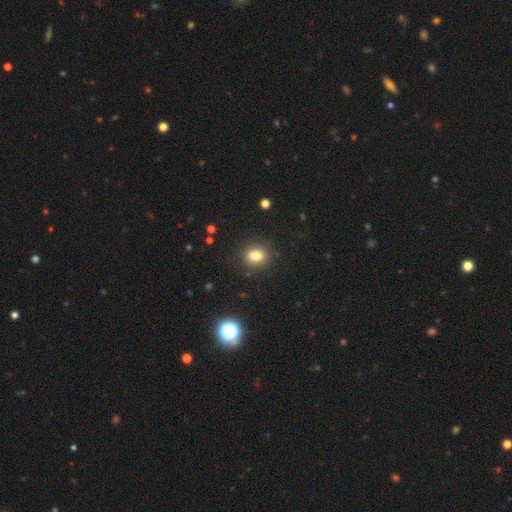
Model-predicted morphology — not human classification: This appears to be a smooth galaxy with no disk features (80%) that is round (56%). Merging: none (88%).